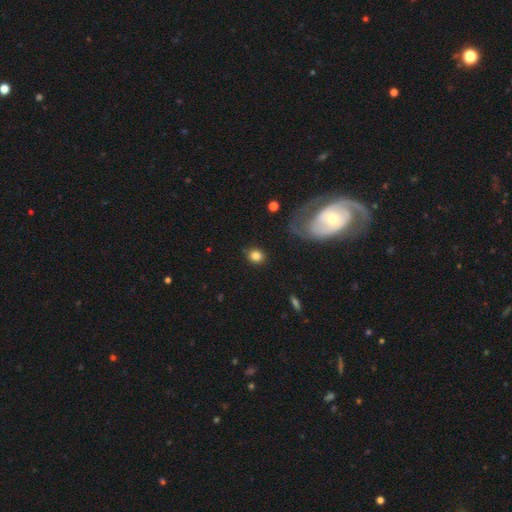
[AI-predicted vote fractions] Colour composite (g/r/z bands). It shows a smooth galaxy with no disk features (83%) that is round (71%). Merging: none (86%).